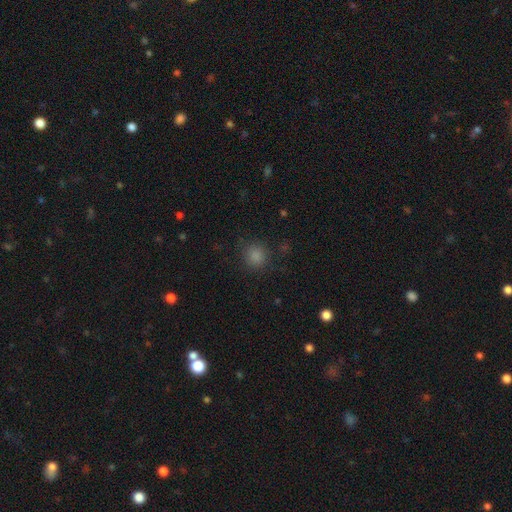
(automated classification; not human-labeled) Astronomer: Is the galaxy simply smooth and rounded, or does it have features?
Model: smooth — 83%.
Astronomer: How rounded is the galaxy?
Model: round — 89%.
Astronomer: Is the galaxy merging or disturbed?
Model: none — 83%.